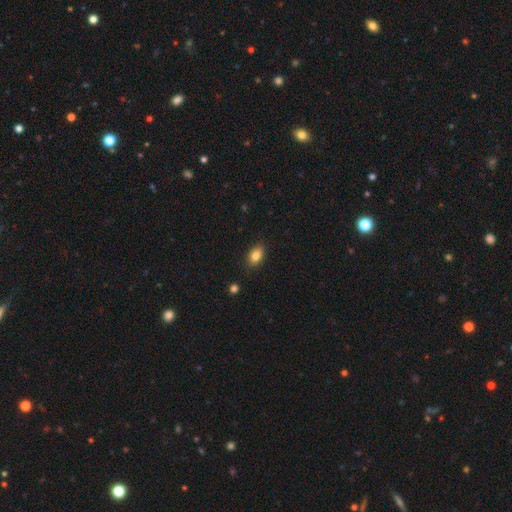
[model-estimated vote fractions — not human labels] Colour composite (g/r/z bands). It shows a smooth galaxy with no disk features (85%) that is in between round and cigar-shaped (87%). Merging: none (87%).